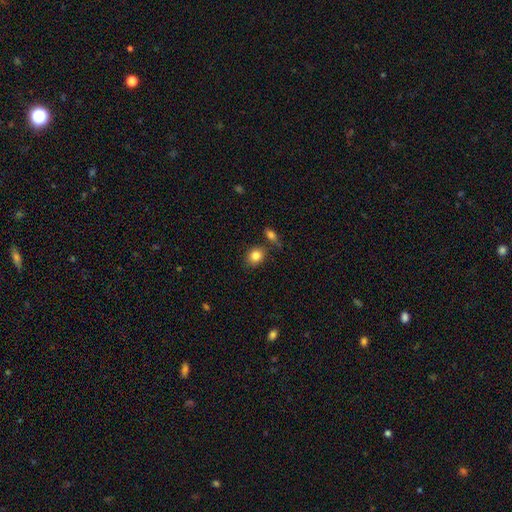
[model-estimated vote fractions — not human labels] This appears to be a smooth galaxy with no disk features (85%) that is round (64%). Merging: none (73%).